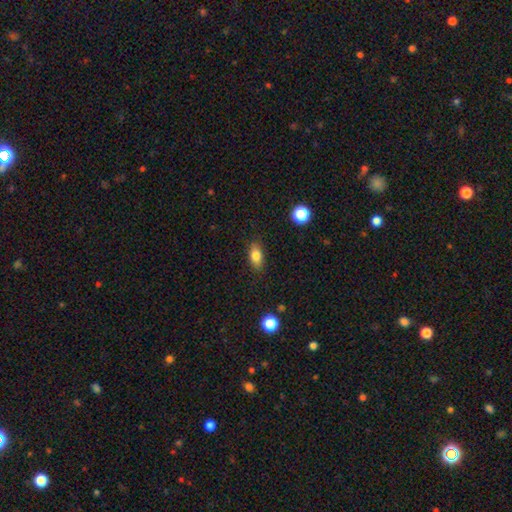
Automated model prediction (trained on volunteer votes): Smooth or featured?
  - smooth: 80% *
  - featured or disk: 11%
  - star or artifact: 9%
How rounded?
  - in between: 82% *
  - cigar-shaped: 9%
  - round: 9%
Merging?
  - none: 85% *
  - minor disturbance: 11%
  - major disturbance: 3%
  - merger: 1%